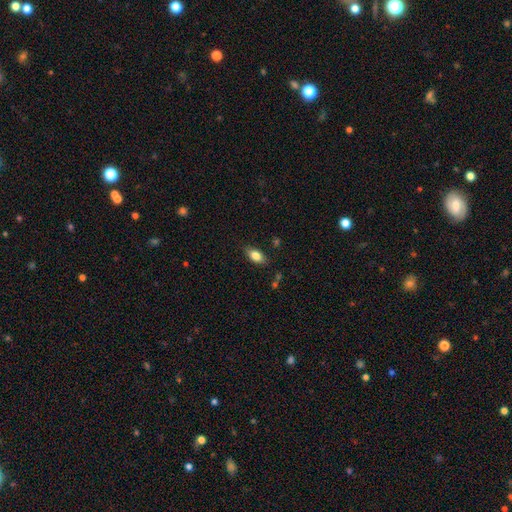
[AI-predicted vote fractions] A smooth galaxy with no disk features (81%) that is in between round and cigar-shaped (88%). Merging: none (82%).